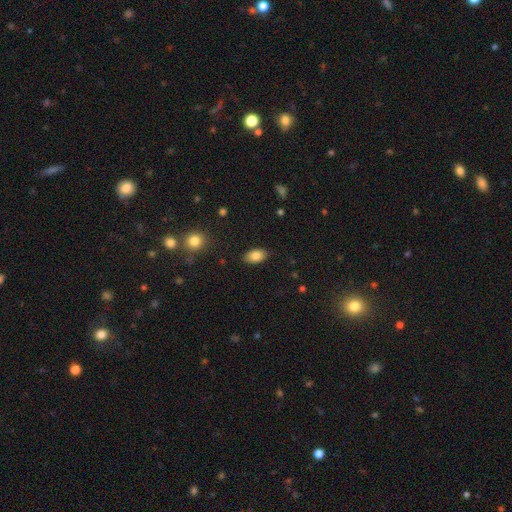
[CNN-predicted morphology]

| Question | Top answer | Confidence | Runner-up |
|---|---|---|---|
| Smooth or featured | smooth | 85% | star or artifact (8%) |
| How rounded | in between | 91% | round (7%) |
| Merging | none | 87% | minor disturbance (10%) |